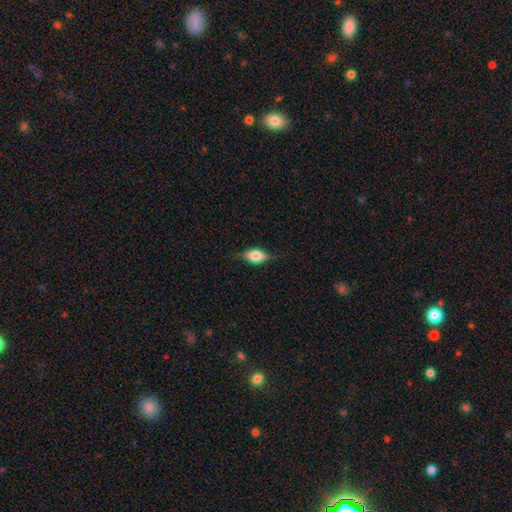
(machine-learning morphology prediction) Smooth or featured: smooth — 52% (featured or disk — 39%)
How rounded: in between — 78% (round — 14%)
Merging: none — 73% (minor disturbance — 20%)